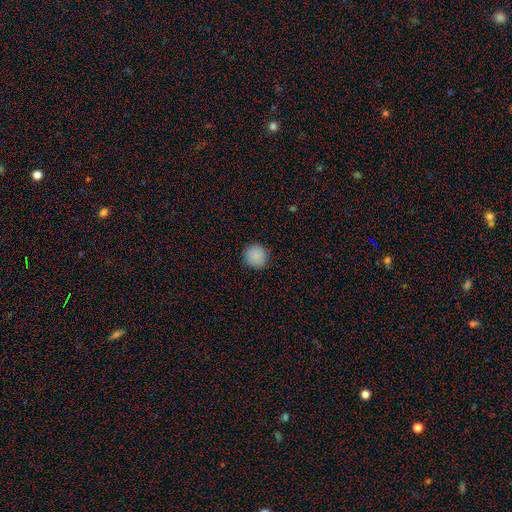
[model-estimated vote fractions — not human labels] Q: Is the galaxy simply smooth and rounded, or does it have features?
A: smooth — 88%.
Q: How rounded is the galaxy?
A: round — 94%.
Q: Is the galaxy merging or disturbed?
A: none — 91%.